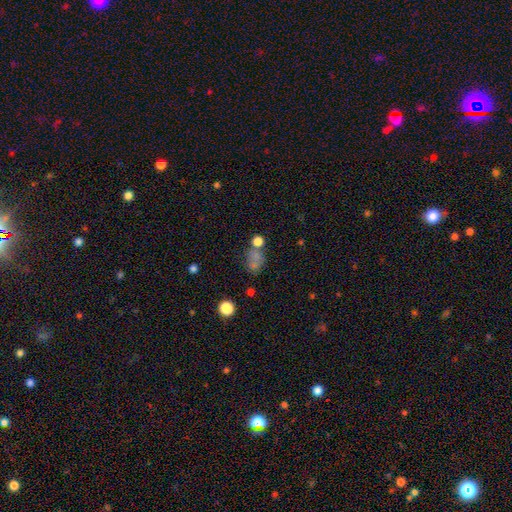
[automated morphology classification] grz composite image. It shows a smooth galaxy with no disk features (56%) that is in between round and cigar-shaped (62%). Merging: none (49%).